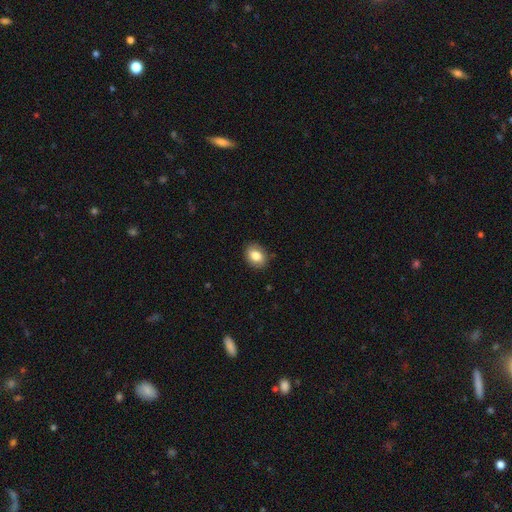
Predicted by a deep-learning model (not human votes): This is clearly a smooth galaxy (84%). How rounded: likely in between (69%). Merging: clearly none (87%).